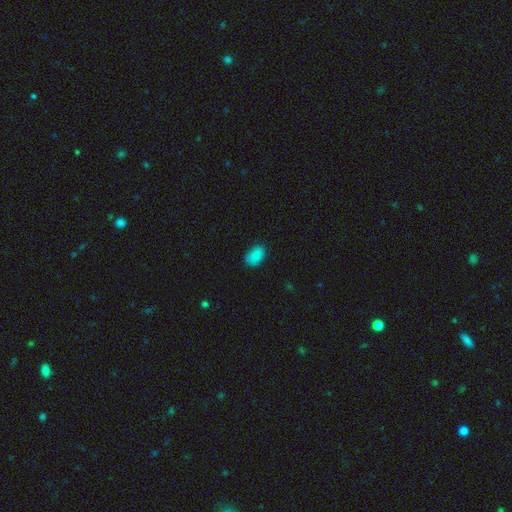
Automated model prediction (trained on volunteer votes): The model was most divided on "merging": none: 76%, minor disturbance: 19%, major disturbance: 4%, merger: 1%. More confident: smooth or featured — smooth (85%); how rounded — in between (85%).